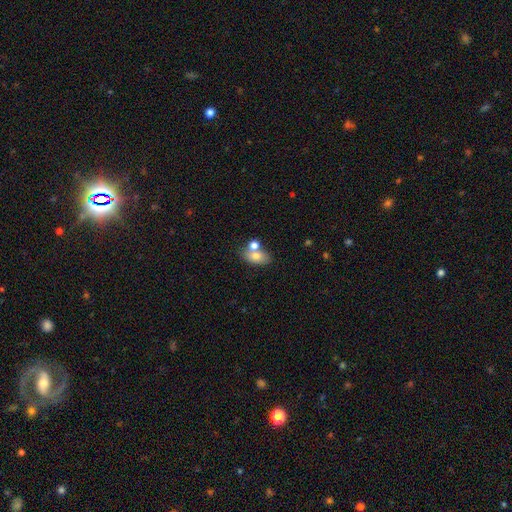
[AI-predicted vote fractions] This is likely a smooth galaxy (71%). How rounded: clearly in between (81%). Merging: possibly none (46%).